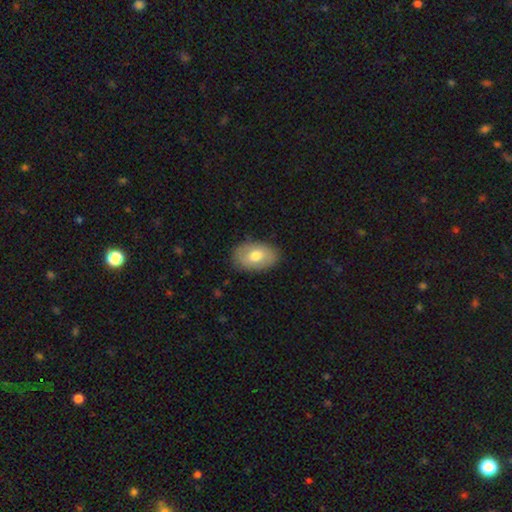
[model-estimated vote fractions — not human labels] smooth 69%, featured or disk 25%, star or artifact 6%. Down the decision tree: how rounded — in between (89%); merging — none (85%).